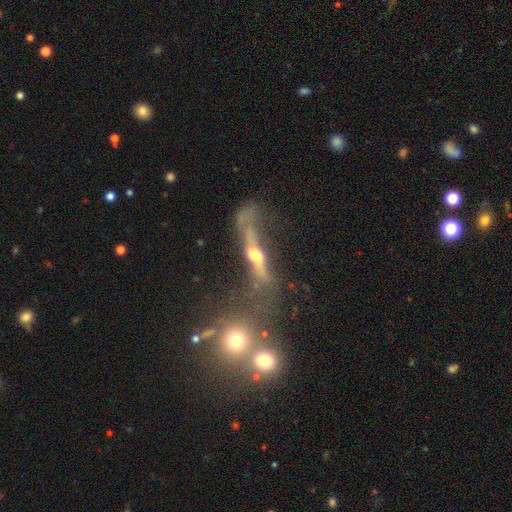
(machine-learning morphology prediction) smooth_or_featured: featured or disk (p=0.65) [alt: smooth p=0.24]
disk_edge_on: yes (p=0.55) [alt: no p=0.45]
merging: major disturbance (p=0.39) [alt: none p=0.24]